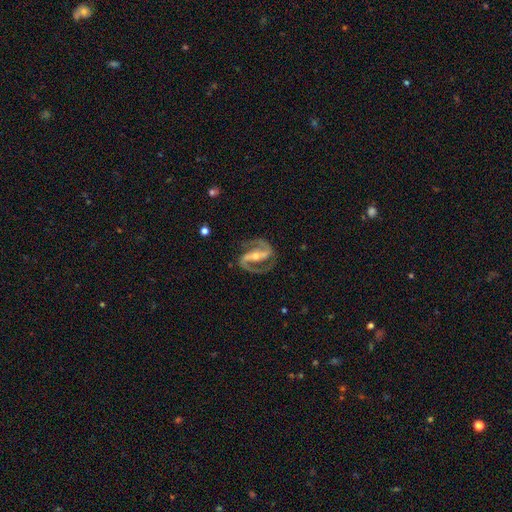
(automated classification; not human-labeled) Morphology: type=featured or disk (93%); edge-on=no (97%); bar=strong (70%); spiral arms=yes (98%); winding=medium (61%); arm count=2 (94%); bulge=small (47%, tied with moderate); merging=none (83%).